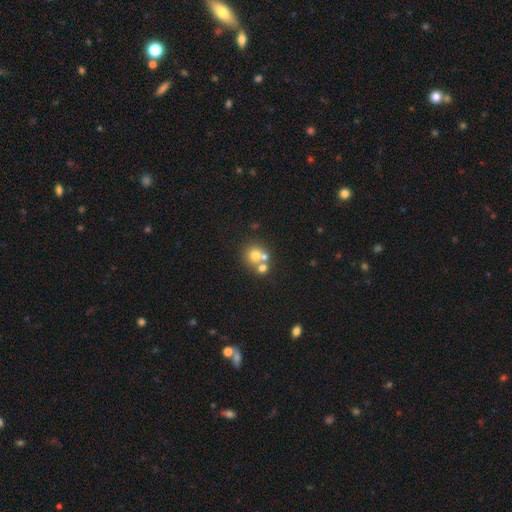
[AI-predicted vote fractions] Smooth or featured: smooth — 65% (featured or disk — 20%)
How rounded: round — 85% (in between — 14%)
Merging: none — 46% (merger — 44%)